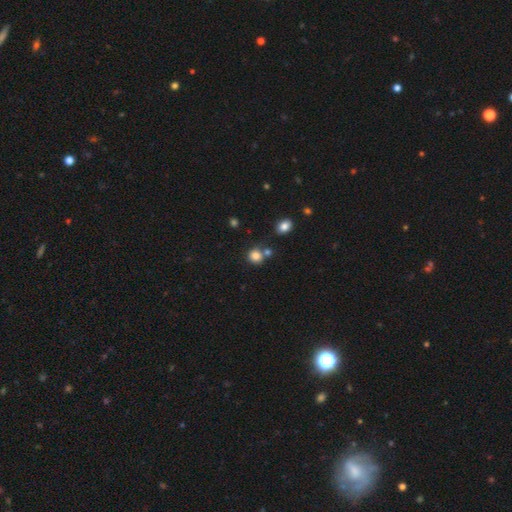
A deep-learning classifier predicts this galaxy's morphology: Overall: smooth (82%). How rounded: round (85%). Merging: none (65%).